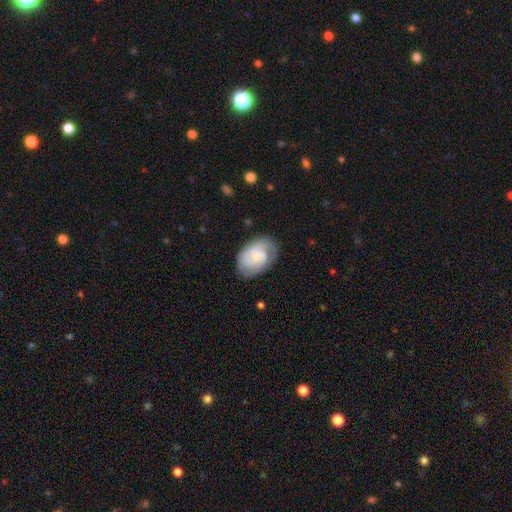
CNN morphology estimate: smooth_or_featured: featured or disk (p=0.54) [alt: smooth p=0.39]
disk_edge_on: no (p=0.97) [alt: yes p=0.03]
bar: no (p=0.68) [alt: weak p=0.29]
has_spiral_arms: yes (p=0.86) [alt: no p=0.14]
bulge_size: small (p=0.59) [alt: moderate p=0.24]
merging: none (p=0.67) [alt: minor disturbance p=0.22]